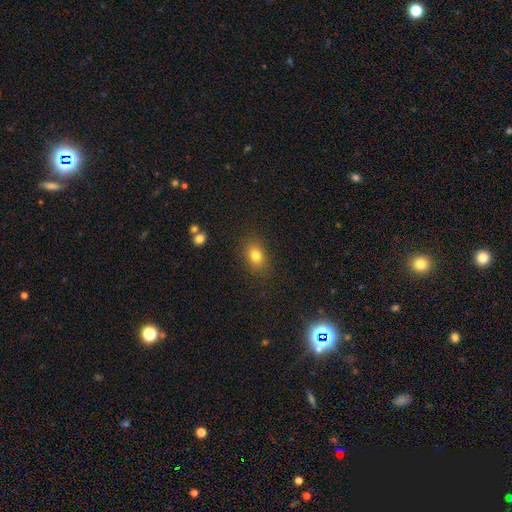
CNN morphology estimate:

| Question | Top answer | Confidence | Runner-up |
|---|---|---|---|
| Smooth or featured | smooth | 80% | star or artifact (11%) |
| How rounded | in between | 68% | round (30%) |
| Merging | none | 84% | minor disturbance (12%) |